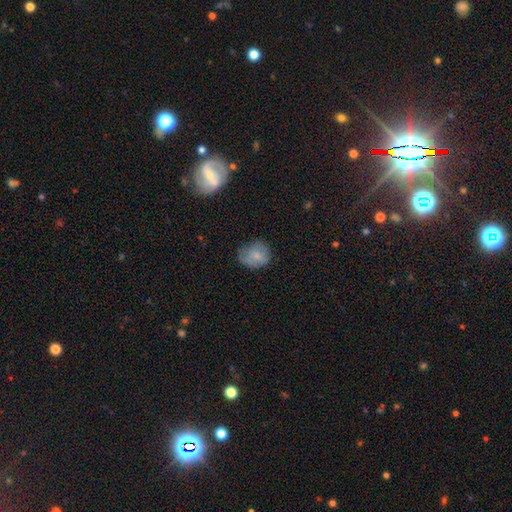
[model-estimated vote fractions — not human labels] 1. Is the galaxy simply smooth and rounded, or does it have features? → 74% smooth, 17% featured or disk, 9% star or artifact.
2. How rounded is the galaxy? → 69% round, 30% in between, 1% cigar-shaped.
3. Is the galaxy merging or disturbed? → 57% none, 30% minor disturbance, 11% major disturbance, 2% merger.